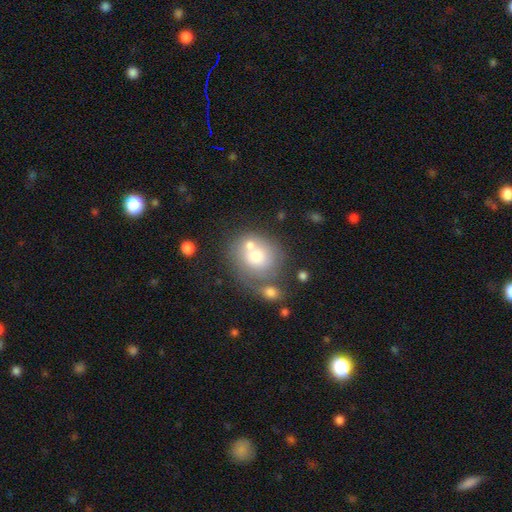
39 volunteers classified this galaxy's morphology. This is likely a smooth galaxy (72%). How rounded: clearly round (86%). Merging: marginally none (34%).